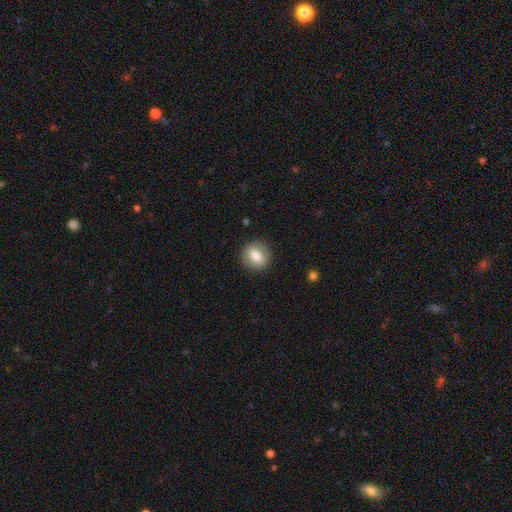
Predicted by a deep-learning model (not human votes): A smooth galaxy with no disk features (76%) that is round (76%).

Vote fractions:
- Smooth or featured? smooth: 76% / featured or disk: 16% / star or artifact: 8%
- How rounded? round: 76% / in between: 23% / cigar-shaped: 1%
- Merging? none: 88% / minor disturbance: 8% / major disturbance: 3% / merger: 1%